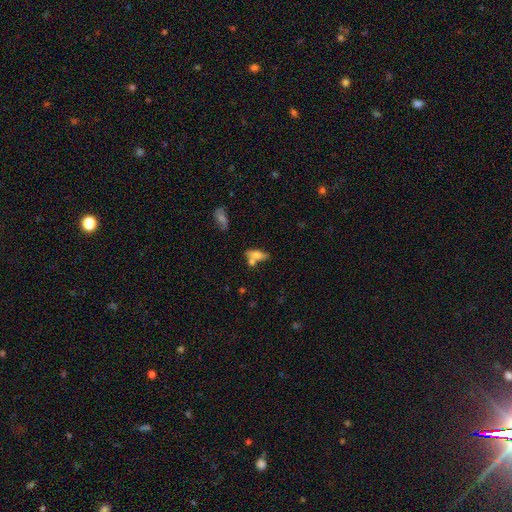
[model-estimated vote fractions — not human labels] smooth-or-featured: smooth: 68% | featured or disk: 23% | star or artifact: 9%
  how-rounded: in between: 68% | cigar-shaped: 27% | round: 4%
  merging: none: 46% | merger: 34% | minor disturbance: 15% | major disturbance: 5%